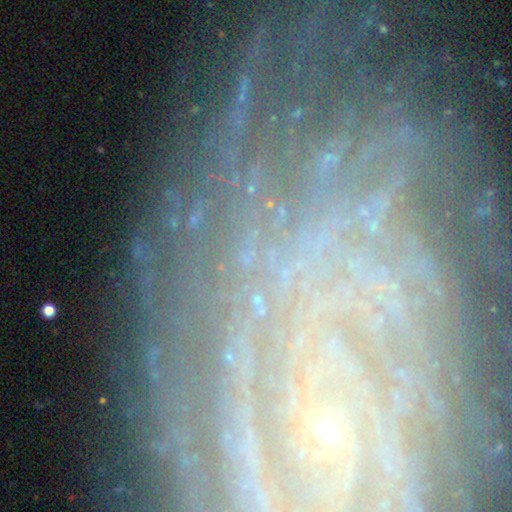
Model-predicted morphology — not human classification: Smooth or featured? Predicted: featured or disk (p=0.54). Edge-on disk? Predicted: no (p=0.92). Merging? Predicted: none (p=0.70).